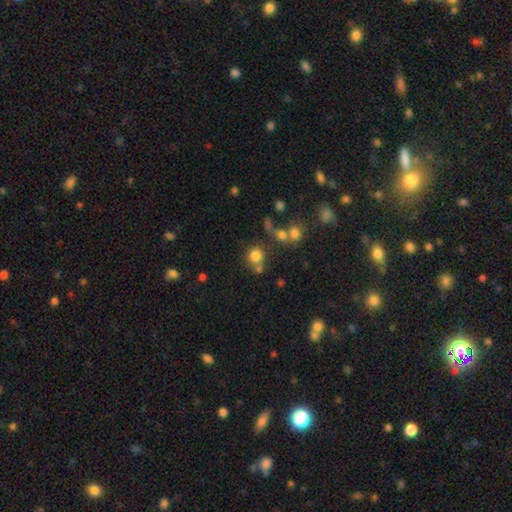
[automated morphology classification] smooth 78%, star or artifact 14%, featured or disk 8%. Down the decision tree: how rounded — round (88%); merging — none (65%).